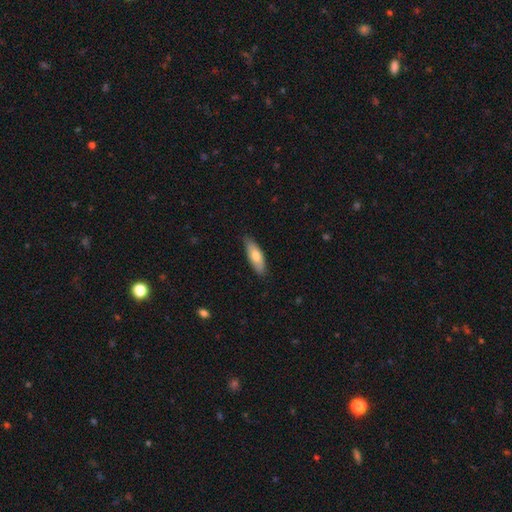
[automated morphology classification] A smooth galaxy with no disk features (72%) that is in between round and cigar-shaped (63%).

Vote fractions:
- Smooth or featured? smooth: 72% / featured or disk: 22% / star or artifact: 6%
- How rounded? in between: 63% / cigar-shaped: 35% / round: 2%
- Merging? none: 83% / minor disturbance: 14% / major disturbance: 2% / merger: 1%